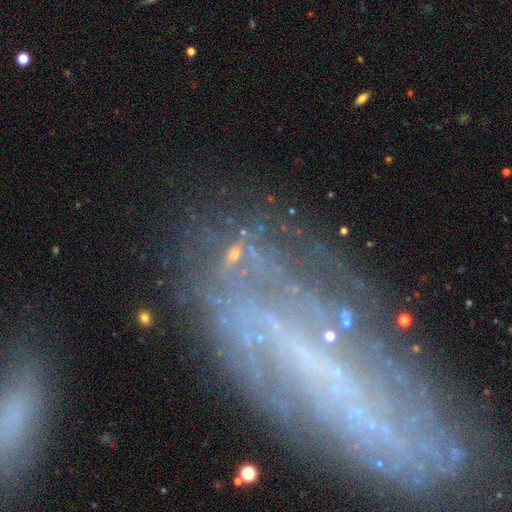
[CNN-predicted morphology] This is possibly a featured or disk galaxy (58%). It is clearly not viewed edge-on (92%). Bar: possibly no (56%). Spiral arm pattern: likely yes (64%). Central bulge: possibly small (53%). Merging: possibly none (58%).